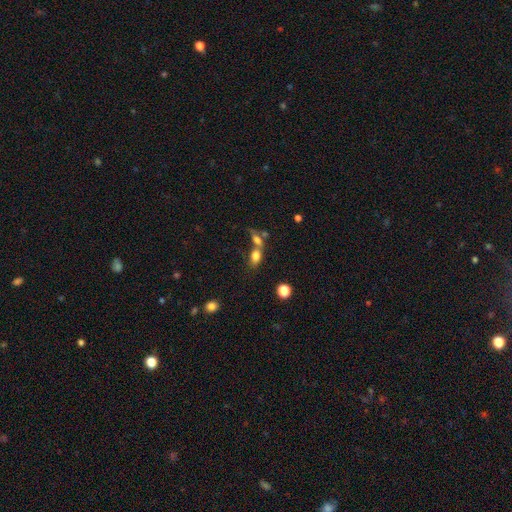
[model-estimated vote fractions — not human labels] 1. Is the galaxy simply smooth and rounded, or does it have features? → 77% smooth, 12% featured or disk, 12% star or artifact.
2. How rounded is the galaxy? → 78% in between, 17% round, 5% cigar-shaped.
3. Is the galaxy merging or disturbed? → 50% merger, 34% none, 9% minor disturbance, 6% major disturbance.